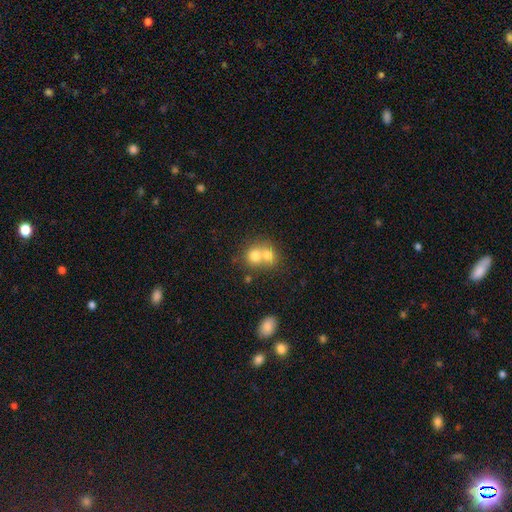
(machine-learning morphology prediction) smooth 73%, featured or disk 17%, star or artifact 10%. Down the decision tree: how rounded — round (71%); merging — merger (67%).